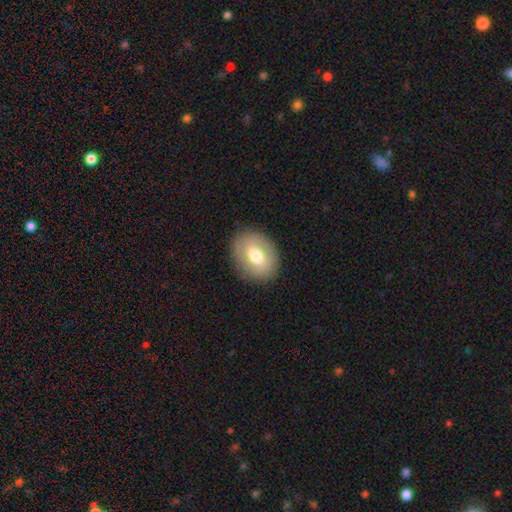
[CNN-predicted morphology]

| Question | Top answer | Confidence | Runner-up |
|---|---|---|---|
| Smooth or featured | smooth | 62% | featured or disk (31%) |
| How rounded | in between | 63% | round (36%) |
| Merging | none | 85% | minor disturbance (10%) |